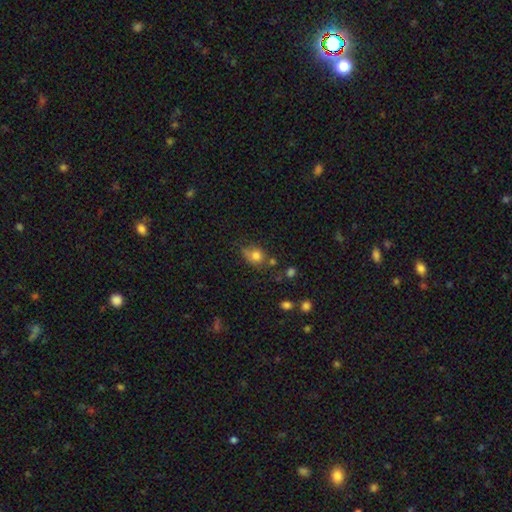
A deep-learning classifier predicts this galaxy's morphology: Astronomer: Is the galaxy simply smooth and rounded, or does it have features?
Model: smooth — 79%.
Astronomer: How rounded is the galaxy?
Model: round — 53% (runner-up: in between, 46%).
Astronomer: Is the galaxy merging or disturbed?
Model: none — 48% (runner-up: minor disturbance, 31%).